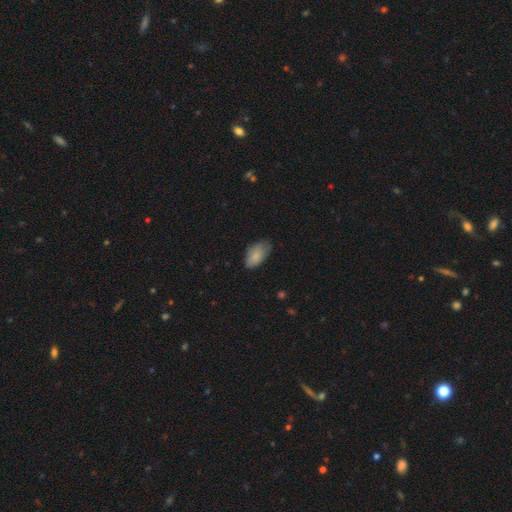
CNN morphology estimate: smooth_or_featured: smooth (p=0.83) [alt: featured or disk p=0.10]
how_rounded: in between (p=0.94) [alt: round p=0.04]
merging: none (p=0.62) [alt: minor disturbance p=0.31]